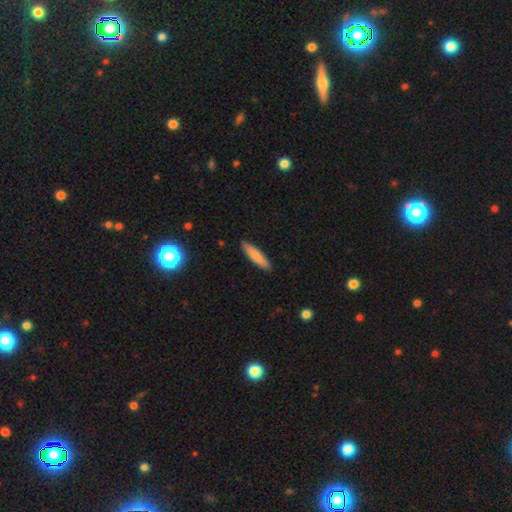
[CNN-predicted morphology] The model was most divided on "how rounded": cigar-shaped: 82%, in between: 17%, round: 1%. More confident: merging — none (90%); smooth or featured — smooth (80%).